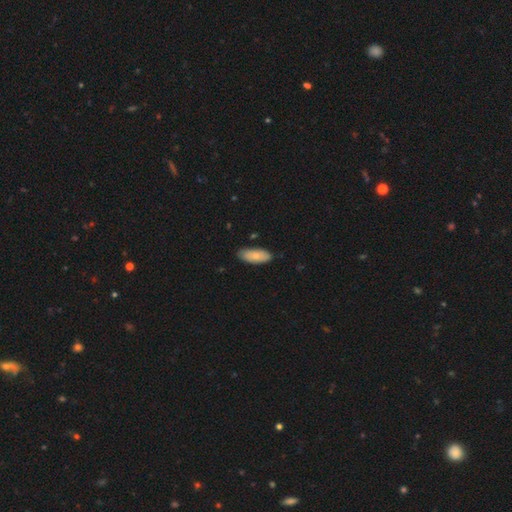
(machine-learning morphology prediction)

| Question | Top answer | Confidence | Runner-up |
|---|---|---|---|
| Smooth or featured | smooth | 77% | featured or disk (17%) |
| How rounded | in between | 83% | cigar-shaped (15%) |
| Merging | none | 81% | minor disturbance (15%) |